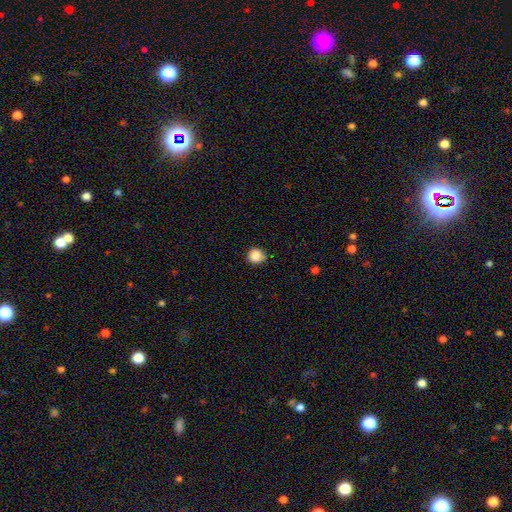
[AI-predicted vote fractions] A smooth galaxy with no disk features (87%) that is round (87%).

Vote fractions:
- Smooth or featured? smooth: 87% / star or artifact: 10% / featured or disk: 3%
- How rounded? round: 87% / in between: 12% / cigar-shaped: 1%
- Merging? none: 78% / minor disturbance: 18% / major disturbance: 3% / merger: 1%